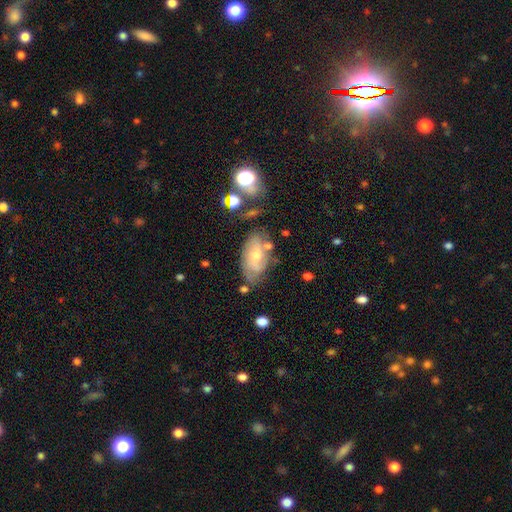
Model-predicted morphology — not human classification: Smooth or featured: featured or disk — 54% (smooth — 37%)
Edge-on disk: no — 88% (yes — 12%)
Merging: none — 57% (minor disturbance — 24%)